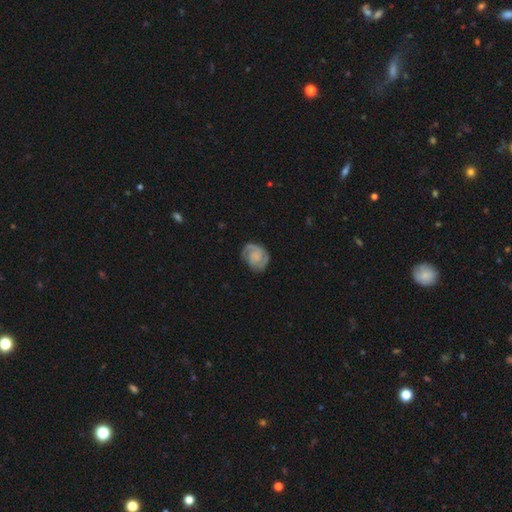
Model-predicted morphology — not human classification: smooth_or_featured: featured or disk (p=0.71) [alt: smooth p=0.23]
disk_edge_on: no (p=0.98) [alt: yes p=0.02]
bar: no (p=0.70) [alt: weak p=0.26]
has_spiral_arms: yes (p=0.92) [alt: no p=0.08]
spiral_winding: tight (p=0.49) [alt: medium p=0.38]
spiral_arm_count: 2 (p=0.69) [alt: can't tell p=0.11]
bulge_size: none (p=0.49) [alt: small p=0.23]
merging: none (p=0.71) [alt: minor disturbance p=0.19]